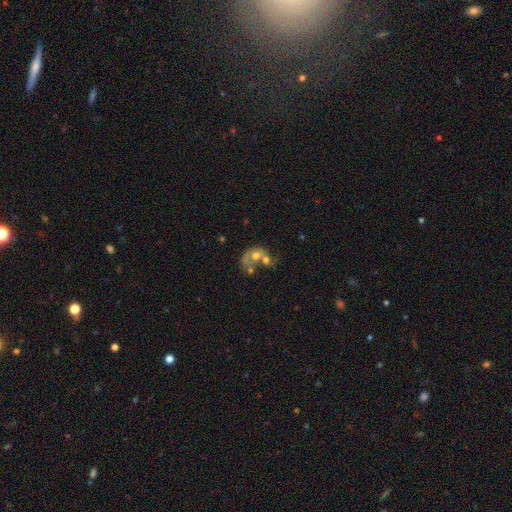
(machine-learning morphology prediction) A featured or disk galaxy (54%) with no bar (85%), no spiral arms (55%) and a moderate central bulge (57%). Merging: merger (61%).